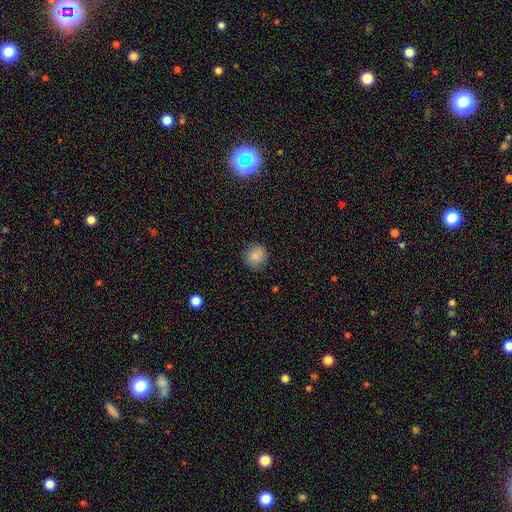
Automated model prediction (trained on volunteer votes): Morphology: type=smooth (85%); roundness=round (90%); merging=none (89%).